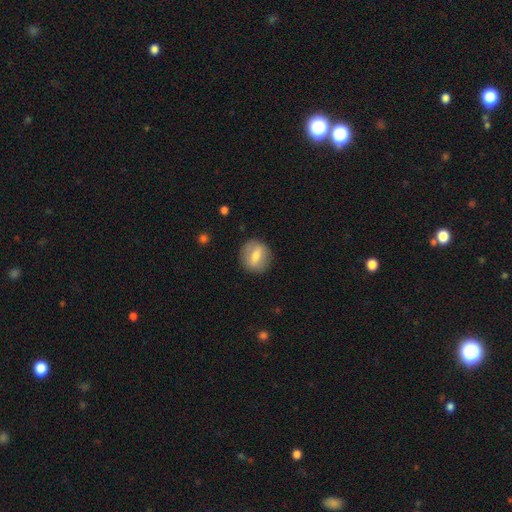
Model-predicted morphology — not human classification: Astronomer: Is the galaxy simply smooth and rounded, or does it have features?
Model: smooth — 58% (runner-up: featured or disk, 34%).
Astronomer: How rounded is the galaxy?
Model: round — 72%.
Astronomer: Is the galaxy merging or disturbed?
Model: none — 86%.